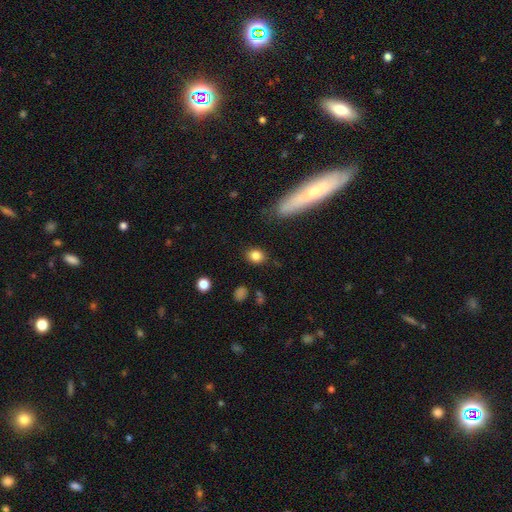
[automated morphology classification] The model was most divided on "how rounded": round: 53%, in between: 45%, cigar-shaped: 2%. More confident: merging — none (84%); smooth or featured — smooth (84%).